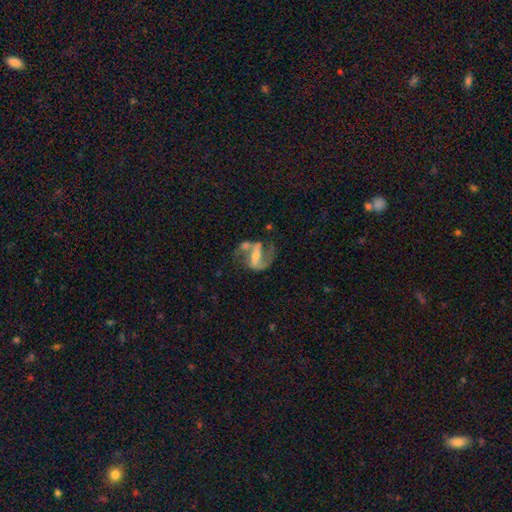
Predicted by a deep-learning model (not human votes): Overall: featured or disk (86%). Edge-on disk: no (96%). Bar: strong (61%; weak 27%). Spiral arms: yes (92%). Spiral arm count: 2 (87%). Spiral winding: medium (49%; loose 38%). Bulge size: small (46%; moderate 43%). Merging: none (54%; minor disturbance 17%).